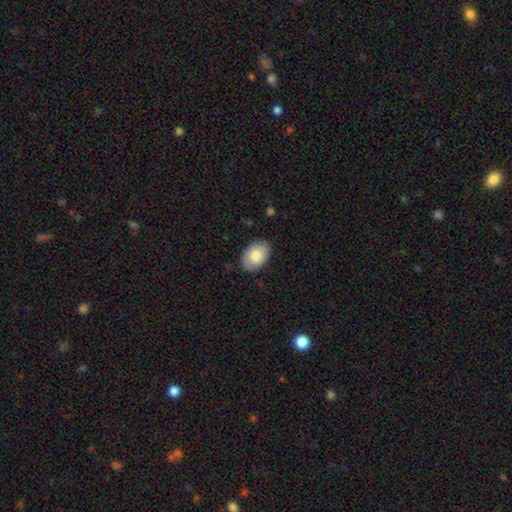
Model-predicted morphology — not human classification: Q: Smooth or featured?
A: smooth (80%); runner-up: featured or disk (13%)
Q: How rounded?
A: in between (87%); runner-up: round (12%)
Q: Merging?
A: none (85%); runner-up: minor disturbance (12%)